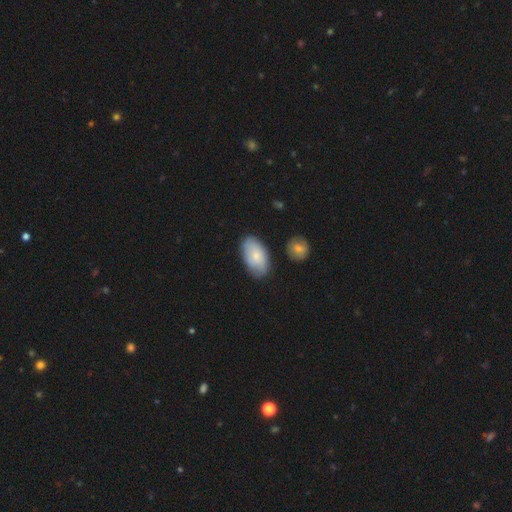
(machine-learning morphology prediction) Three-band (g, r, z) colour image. It shows a smooth galaxy with no disk features (76%) that is in between round and cigar-shaped (95%). Merging: none (73%).